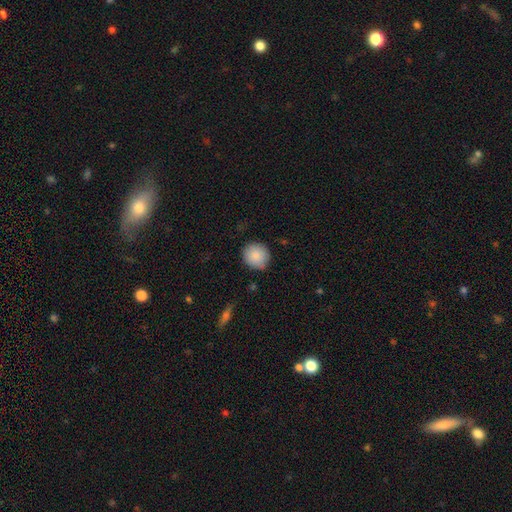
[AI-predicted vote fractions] The model was most divided on "merging": none: 86%, minor disturbance: 11%, major disturbance: 2%, merger: 1%. More confident: how rounded — round (90%); smooth or featured — smooth (87%).